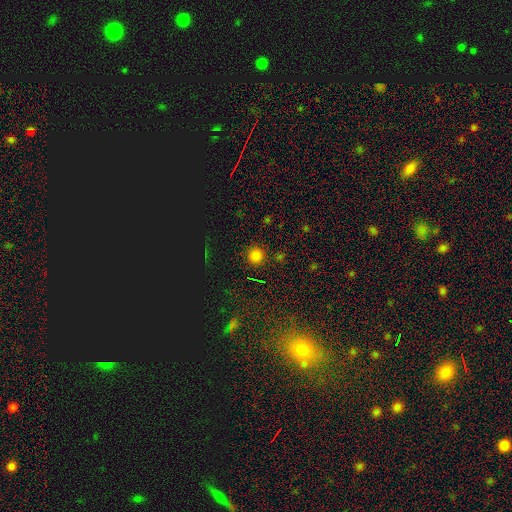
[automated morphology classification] The model was most divided on "smooth or featured": smooth: 75%, star or artifact: 21%, featured or disk: 4%. More confident: how rounded — round (95%); merging — none (89%).